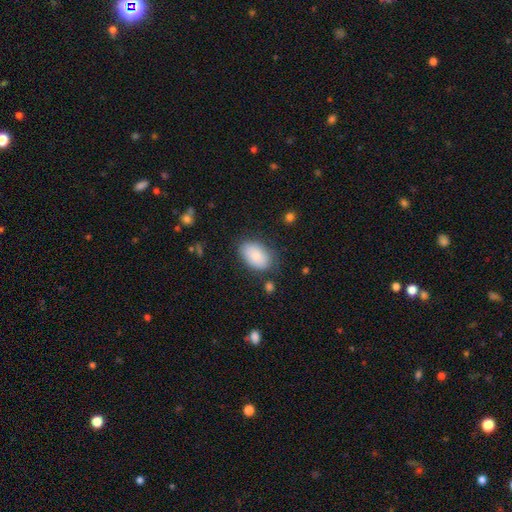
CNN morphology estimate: A smooth galaxy with no disk features (83%) that is in between round and cigar-shaped (91%).

Vote fractions:
- Smooth or featured? smooth: 83% / featured or disk: 10% / star or artifact: 7%
- How rounded? in between: 91% / round: 8% / cigar-shaped: 1%
- Merging? none: 75% / minor disturbance: 18% / major disturbance: 5% / merger: 2%